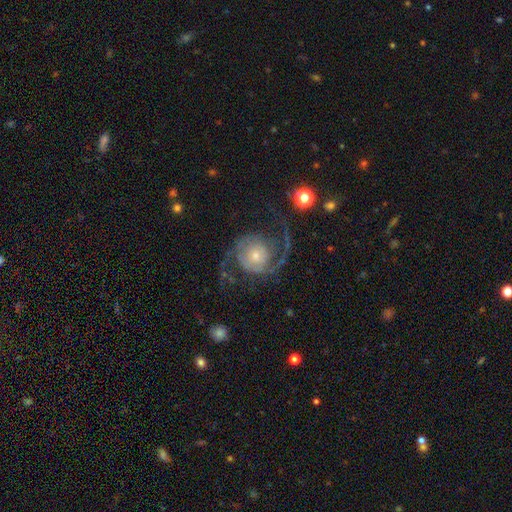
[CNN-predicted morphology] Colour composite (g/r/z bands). It shows a featured or disk galaxy (88%) with no bar (74%), 2 (88%) medium (49%) spiral arms (97%) and a small central bulge (53%). Merging: none (69%).